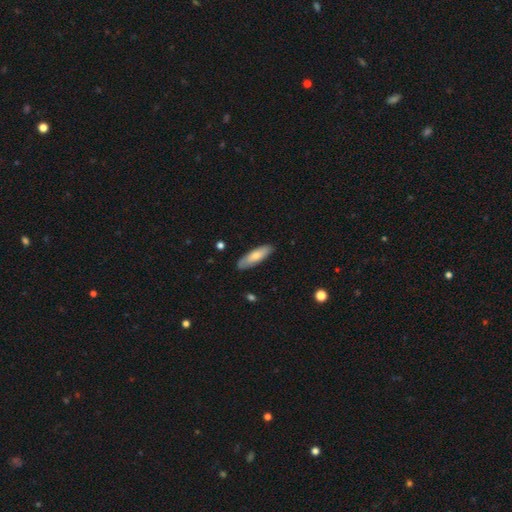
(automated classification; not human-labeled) This appears to be a smooth galaxy with no disk features (73%) that is cigar-shaped (52%). Merging: none (86%).